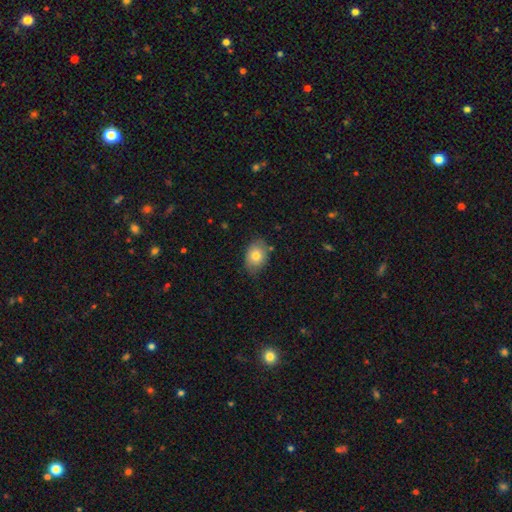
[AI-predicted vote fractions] smooth-or-featured: smooth: 79% | featured or disk: 13% | star or artifact: 8%
  how-rounded: in between: 76% | round: 23% | cigar-shaped: 1%
  merging: none: 77% | minor disturbance: 18% | major disturbance: 3% | merger: 2%